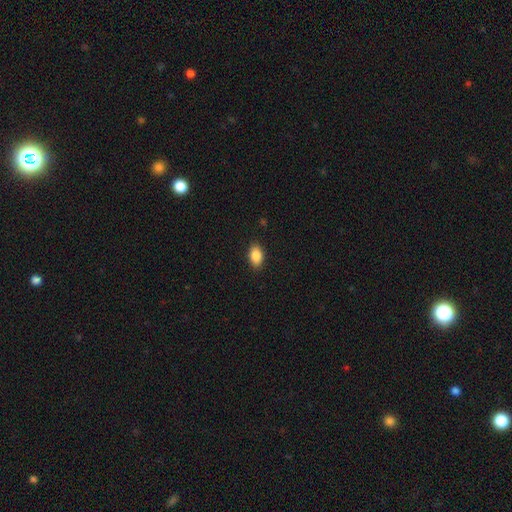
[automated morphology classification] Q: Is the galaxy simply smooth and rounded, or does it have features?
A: smooth — 88%.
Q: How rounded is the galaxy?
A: in between — 90%.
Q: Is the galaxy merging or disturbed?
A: none — 88%.